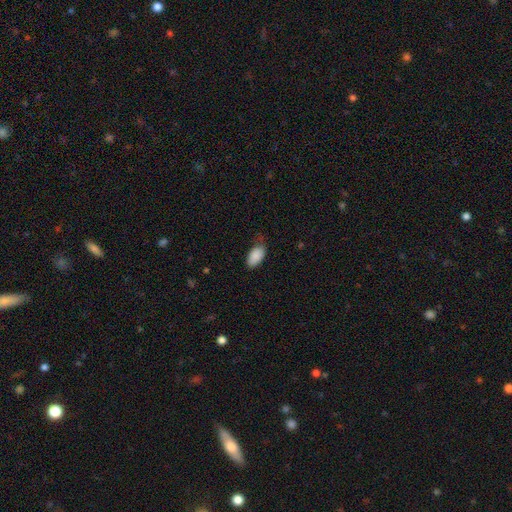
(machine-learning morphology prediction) A smooth galaxy with no disk features (88%) that is in between round and cigar-shaped (95%).

Vote fractions:
- Smooth or featured? smooth: 88% / star or artifact: 7% / featured or disk: 5%
- How rounded? in between: 95% / round: 3% / cigar-shaped: 2%
- Merging? none: 61% / minor disturbance: 30% / major disturbance: 7% / merger: 2%